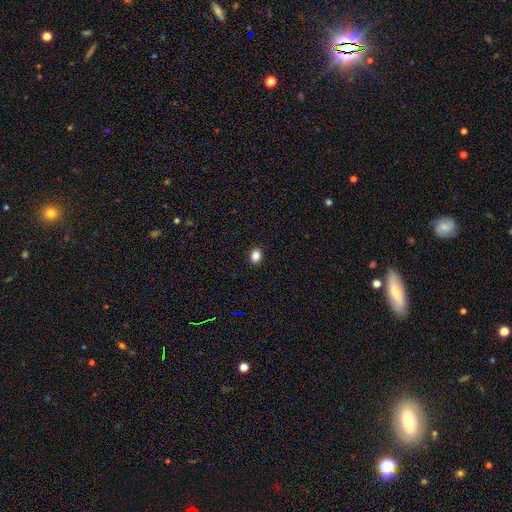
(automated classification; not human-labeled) Q: Smooth or featured?
A: smooth (86%); runner-up: star or artifact (11%)
Q: How rounded?
A: in between (51%); runner-up: round (48%)
Q: Merging?
A: none (92%); runner-up: minor disturbance (6%)